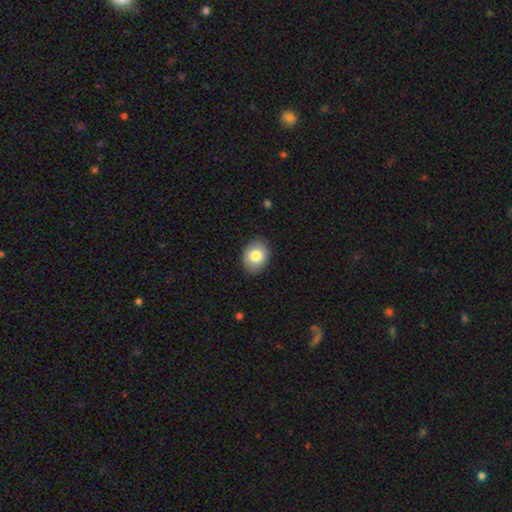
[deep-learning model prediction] Smooth or featured? smooth (82%)
How rounded? in between (56%)
Merging? none (88%)